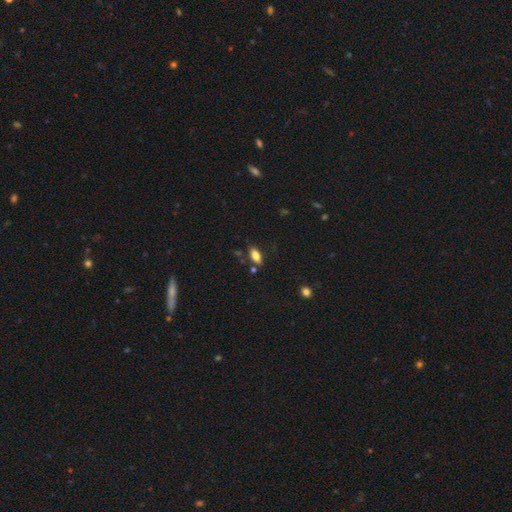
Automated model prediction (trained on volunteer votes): Smooth or featured?
  - smooth: 79% *
  - featured or disk: 12%
  - star or artifact: 9%
How rounded?
  - in between: 84% *
  - cigar-shaped: 13%
  - round: 3%
Merging?
  - none: 76% *
  - minor disturbance: 15%
  - merger: 6%
  - major disturbance: 4%